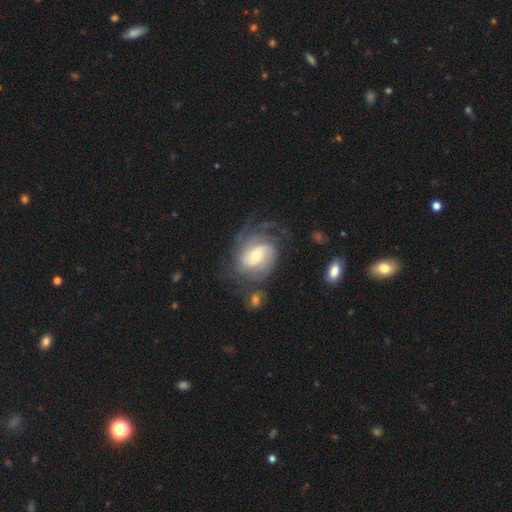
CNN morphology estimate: type=featured or disk (80%); edge-on=no (97%); bar=weak (45%); spiral arms=yes (93%); winding=tight (45%); arm count=can't tell (33%); bulge=moderate (50%); merging=none (59%).